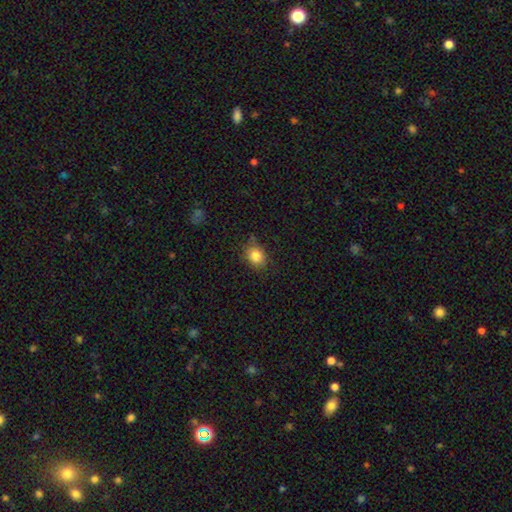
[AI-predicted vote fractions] smooth_or_featured: smooth (p=0.83) [alt: star or artifact p=0.10]
how_rounded: round (p=0.55) [alt: in between p=0.44]
merging: none (p=0.80) [alt: minor disturbance p=0.15]